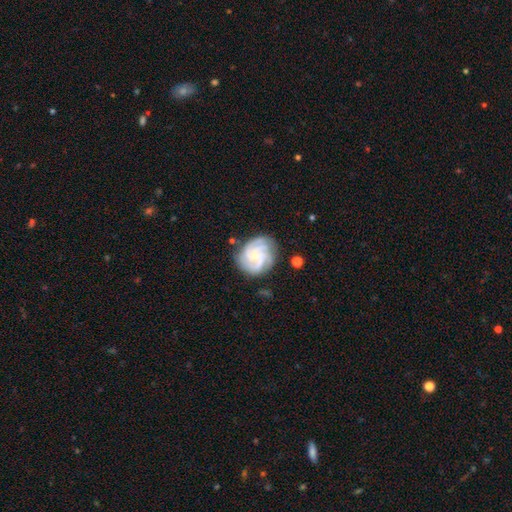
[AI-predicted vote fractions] featured or disk 87%, smooth 8%, star or artifact 5%. Down the decision tree: edge-on disk — no (98%); bar — no (70%); spiral arms — yes (98%); spiral arm count — 3 (43%); spiral winding — tight (65%); bulge size — small (62%); merging — none (76%).